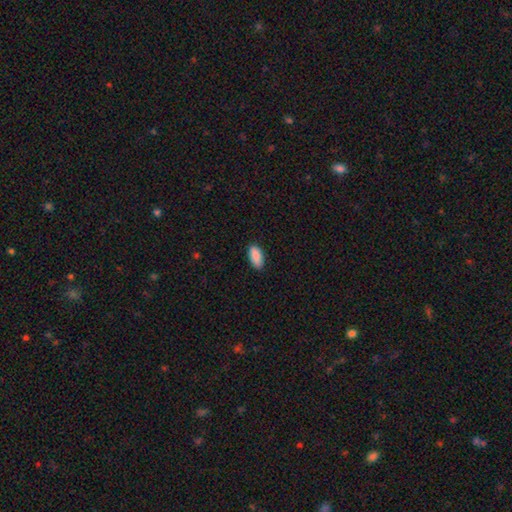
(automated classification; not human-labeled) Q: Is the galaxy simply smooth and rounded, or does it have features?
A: smooth — 91%.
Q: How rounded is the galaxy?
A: in between — 92%.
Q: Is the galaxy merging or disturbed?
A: none — 87%.